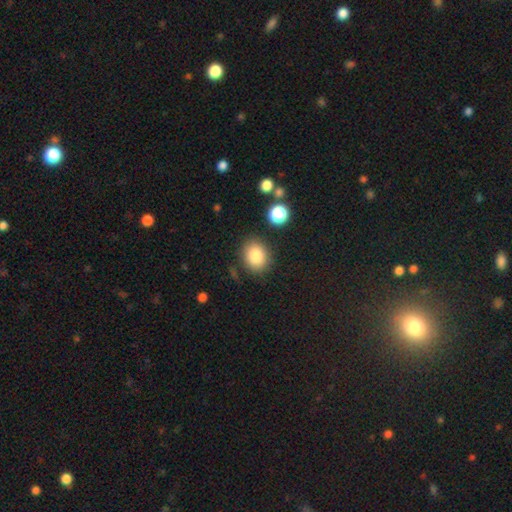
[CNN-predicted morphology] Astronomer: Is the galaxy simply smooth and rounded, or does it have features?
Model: smooth — 84%.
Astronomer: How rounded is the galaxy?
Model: round — 56% (runner-up: in between, 43%).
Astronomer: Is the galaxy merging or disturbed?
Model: none — 84%.